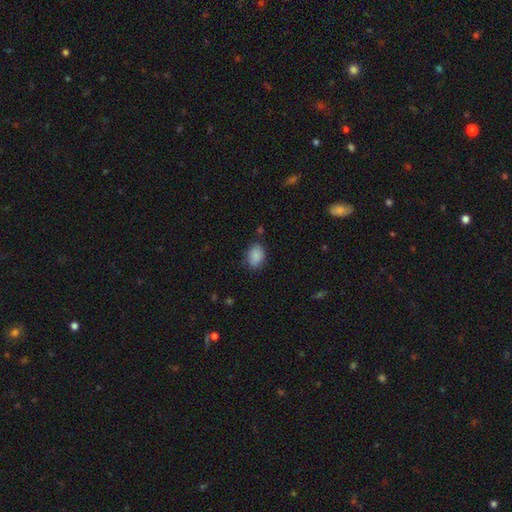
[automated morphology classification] smooth-or-featured: smooth: 88% | star or artifact: 8% | featured or disk: 4%
  how-rounded: in between: 76% | round: 23% | cigar-shaped: 1%
  merging: none: 79% | minor disturbance: 15% | major disturbance: 4% | merger: 2%